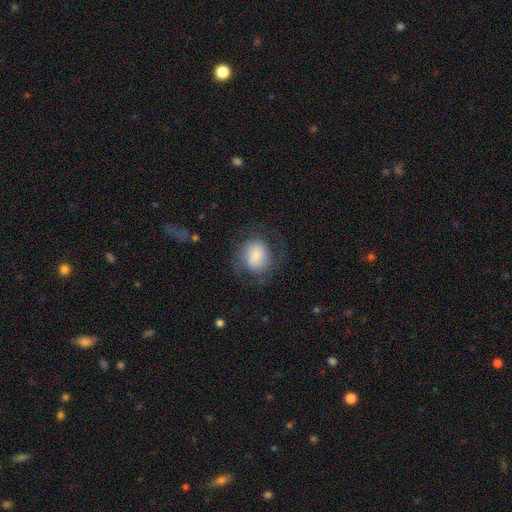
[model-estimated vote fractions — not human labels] Smooth or featured? smooth (51%)
How rounded? round (74%)
Merging? none (66%)